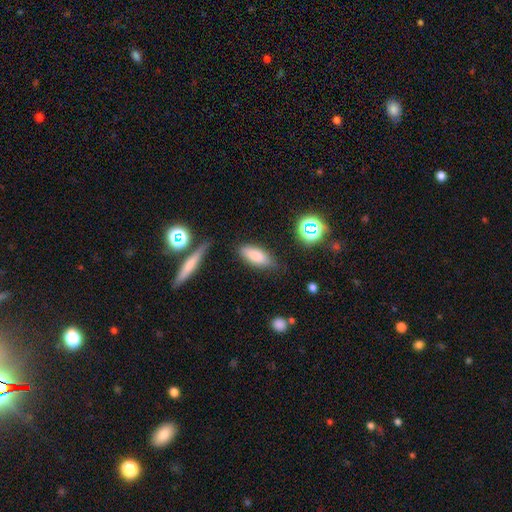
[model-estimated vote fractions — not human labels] A smooth galaxy with no disk features (82%) that is in between round and cigar-shaped (76%). Merging: none (78%).